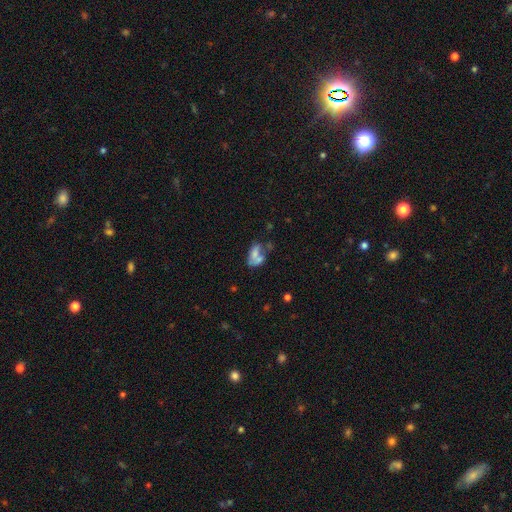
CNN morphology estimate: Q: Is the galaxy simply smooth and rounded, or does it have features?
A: smooth — 55%.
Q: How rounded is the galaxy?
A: in between — 86%.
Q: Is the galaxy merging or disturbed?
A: merger — 47%.